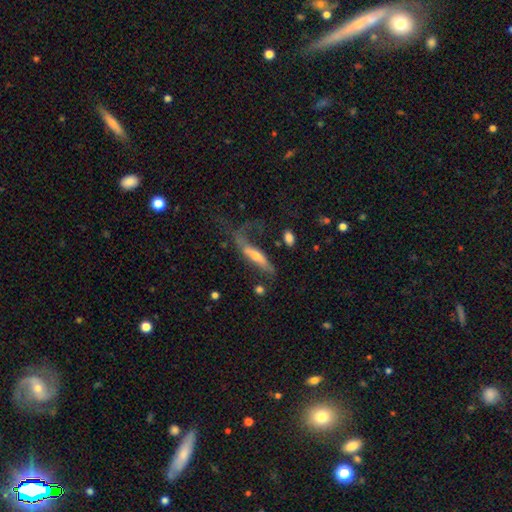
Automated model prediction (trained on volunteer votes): This appears to be a featured or disk galaxy (54%) viewed edge-on (59%). Merging: major disturbance (47%).